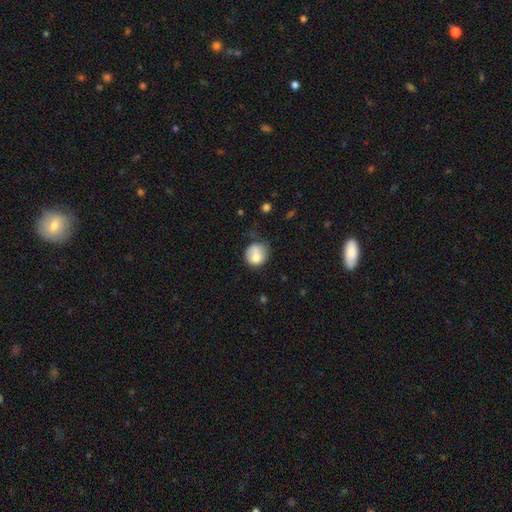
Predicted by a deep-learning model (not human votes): smooth-or-featured: smooth: 74% | featured or disk: 18% | star or artifact: 8%
  how-rounded: round: 72% | in between: 27% | cigar-shaped: 1%
  merging: none: 44% | minor disturbance: 32% | major disturbance: 15% | merger: 9%